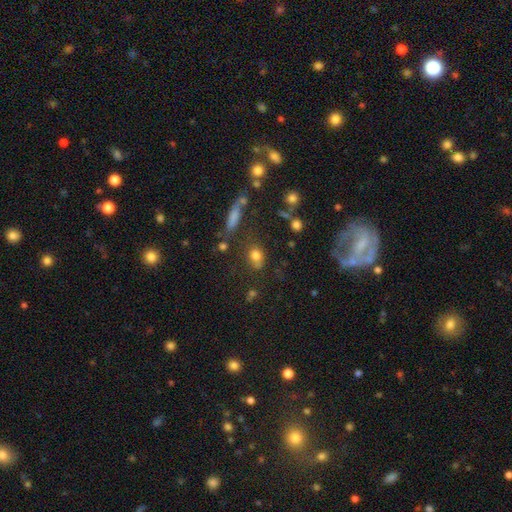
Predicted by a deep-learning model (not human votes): Overall: smooth (76%). How rounded: round (50%; in between 46%). Merging: none (61%).